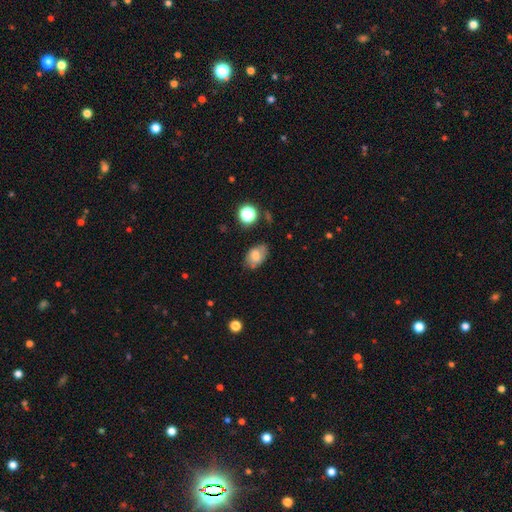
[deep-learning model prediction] Smooth or featured? Predicted: smooth (p=0.74). How rounded? Predicted: in between (p=0.85). Merging? Predicted: none (p=0.70).